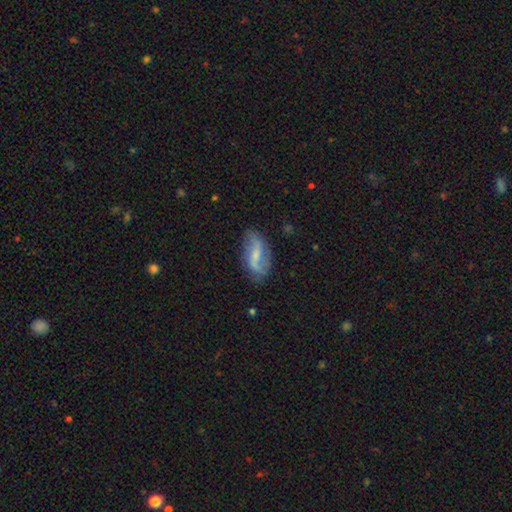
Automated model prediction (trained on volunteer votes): This is likely a featured or disk galaxy (69%). It is clearly not viewed edge-on (94%). Bar: possibly weak (48%). Spiral arm pattern: clearly yes (88%). Spiral arm count: clearly 2 (86%). Spiral winding: likely loose (71%). Central bulge: possibly small (53%). Merging: likely none (70%).